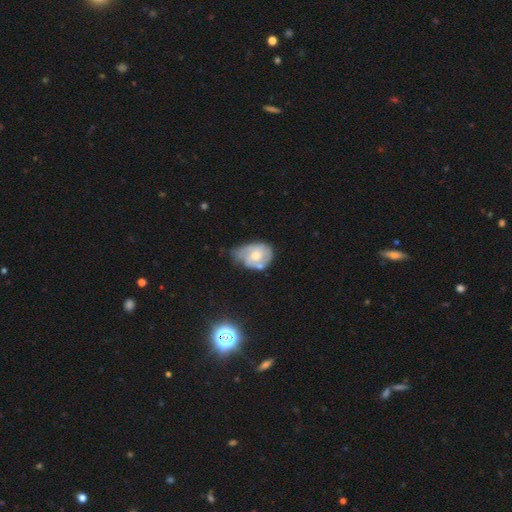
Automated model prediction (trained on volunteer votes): The model was most divided on "smooth or featured": featured or disk: 52%, smooth: 41%, star or artifact: 7%. Remaining: edge-on disk — no (96%); merging — minor disturbance (42%).